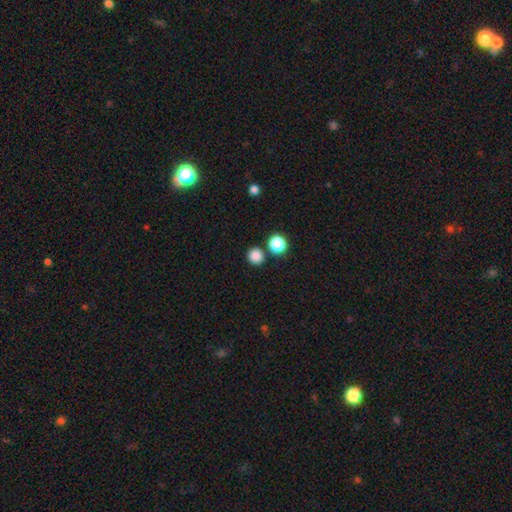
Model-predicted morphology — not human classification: This is clearly a smooth galaxy (84%). How rounded: clearly round (92%). Merging: clearly none (82%).